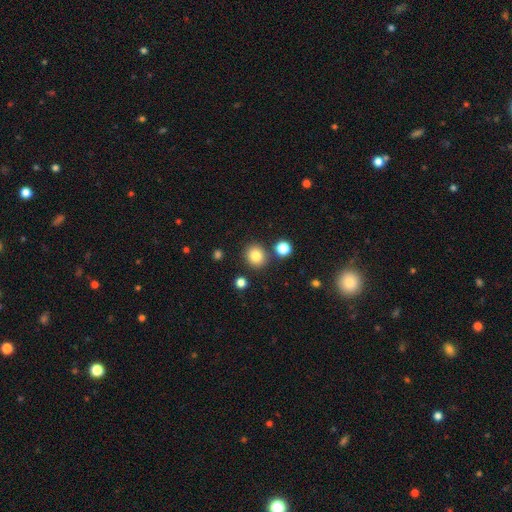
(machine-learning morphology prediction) Q: Smooth or featured?
A: smooth (82%); runner-up: star or artifact (12%)
Q: How rounded?
A: round (85%); runner-up: in between (14%)
Q: Merging?
A: none (84%); runner-up: minor disturbance (7%)